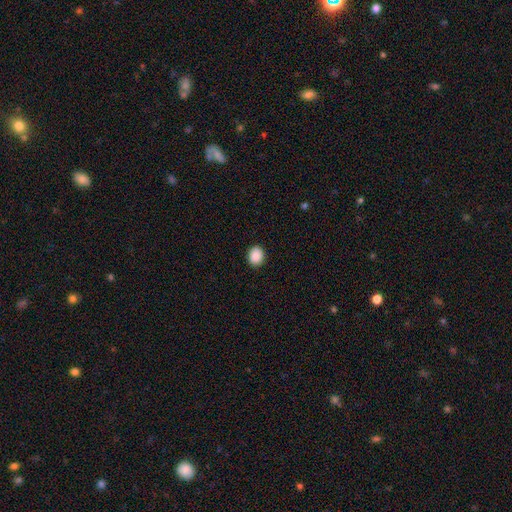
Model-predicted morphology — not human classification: A smooth galaxy with no disk features (90%) that is round (60%).

Vote fractions:
- Smooth or featured? smooth: 90% / star or artifact: 8% / featured or disk: 2%
- How rounded? round: 60% / in between: 39% / cigar-shaped: 1%
- Merging? none: 91% / minor disturbance: 6% / major disturbance: 2% / merger: 1%